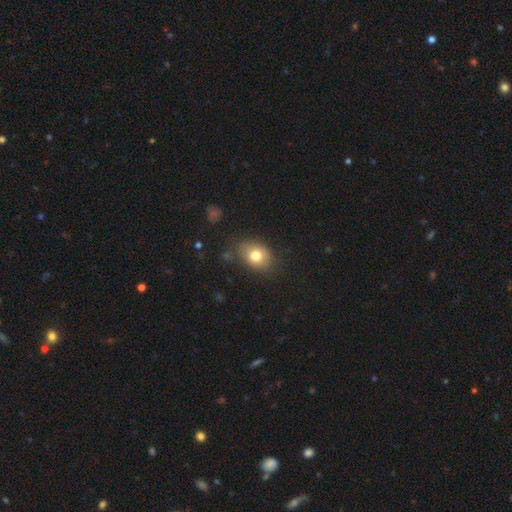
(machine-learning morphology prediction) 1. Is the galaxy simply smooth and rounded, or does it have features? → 77% smooth, 13% featured or disk, 10% star or artifact.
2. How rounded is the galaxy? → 65% in between, 34% round, 1% cigar-shaped.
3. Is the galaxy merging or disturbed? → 75% none, 17% minor disturbance, 5% major disturbance, 3% merger.